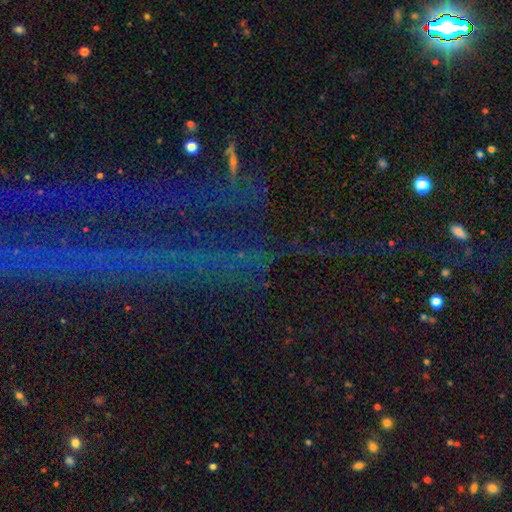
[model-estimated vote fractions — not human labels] Smooth or featured? star or artifact (80%)